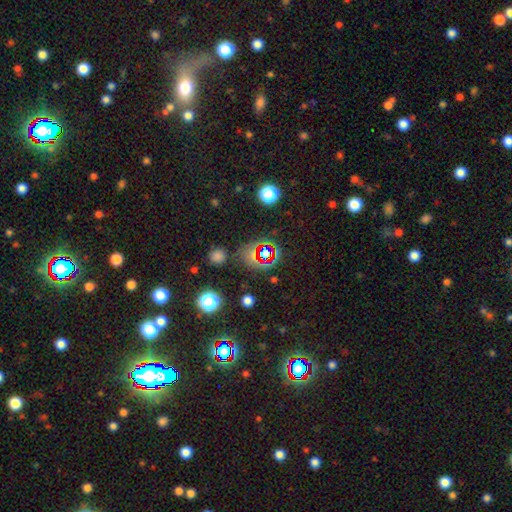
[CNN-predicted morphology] smooth_or_featured: star or artifact (p=0.63) [alt: smooth p=0.26]